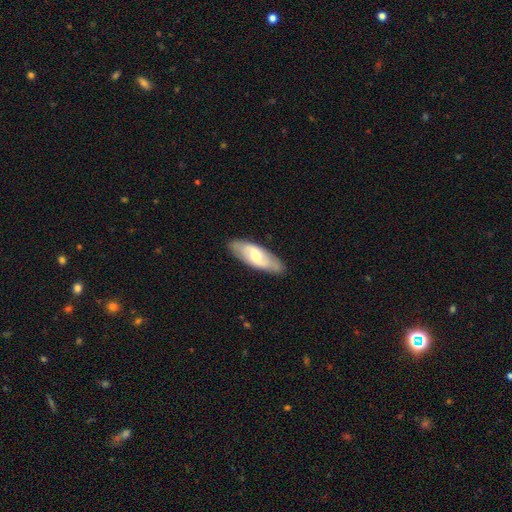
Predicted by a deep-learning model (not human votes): smooth-or-featured: featured or disk: 53% | smooth: 42% | star or artifact: 5%
  disk-edge-on: no: 81% | yes: 19%
  merging: none: 85% | minor disturbance: 11% | major disturbance: 2% | merger: 1%